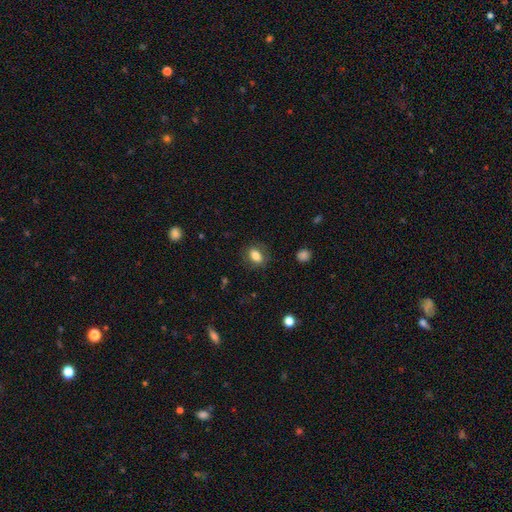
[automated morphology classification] Overall: smooth (82%). How rounded: in between (78%). Merging: none (79%).